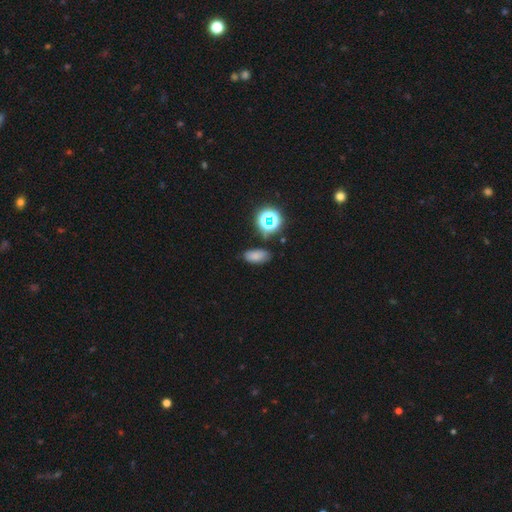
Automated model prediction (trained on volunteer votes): This is likely a smooth galaxy (72%). How rounded: clearly in between (89%). Merging: likely none (78%).